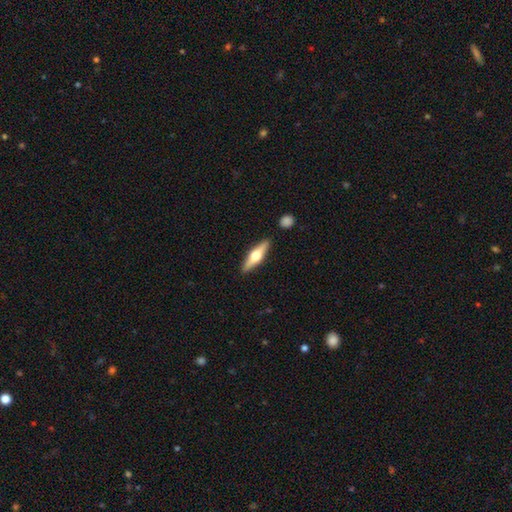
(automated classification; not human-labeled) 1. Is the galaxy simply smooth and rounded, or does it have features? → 60% featured or disk, 35% smooth, 5% star or artifact.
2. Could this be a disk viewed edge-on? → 95% yes, 5% no.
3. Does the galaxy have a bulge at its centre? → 95% rounded, 3% boxy, 2% none.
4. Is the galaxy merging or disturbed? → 88% none, 7% minor disturbance, 2% merger, 2% major disturbance.